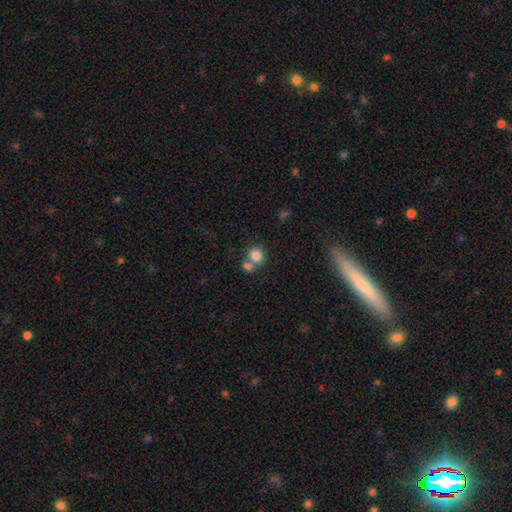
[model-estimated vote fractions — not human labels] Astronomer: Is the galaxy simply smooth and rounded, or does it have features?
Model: smooth — 82%.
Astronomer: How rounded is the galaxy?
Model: round — 76%.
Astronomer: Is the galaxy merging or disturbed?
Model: none — 46% (runner-up: merger, 43%).